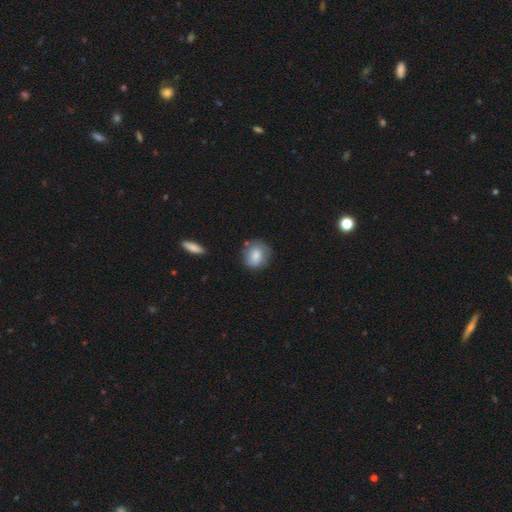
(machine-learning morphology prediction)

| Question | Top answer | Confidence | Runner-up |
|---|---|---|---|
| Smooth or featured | smooth | 78% | featured or disk (15%) |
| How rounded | round | 69% | in between (29%) |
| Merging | none | 70% | minor disturbance (21%) |